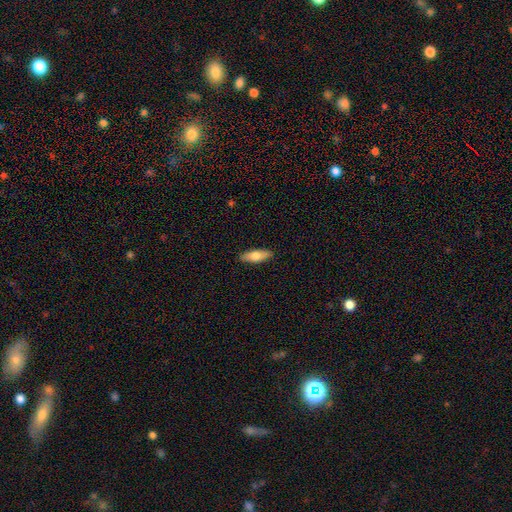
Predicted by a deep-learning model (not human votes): Smooth or featured? Predicted: smooth (p=0.70). How rounded? Predicted: in between (p=0.56). Merging? Predicted: none (p=0.89).